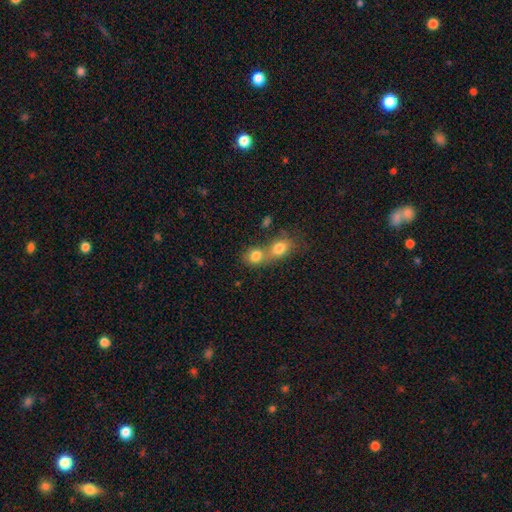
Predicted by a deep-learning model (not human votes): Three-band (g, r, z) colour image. It shows a smooth galaxy with no disk features (80%) that is round (61%). Merging: merger (66%).